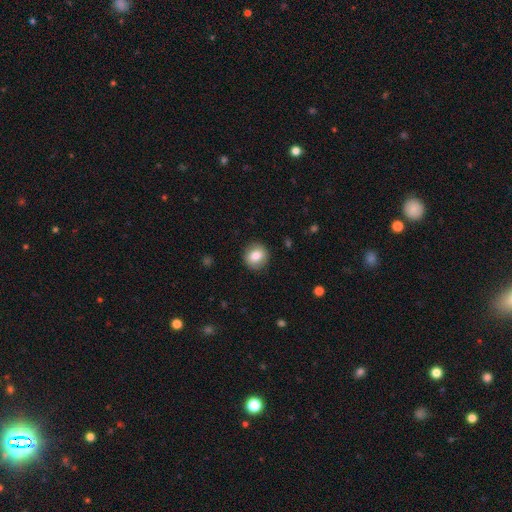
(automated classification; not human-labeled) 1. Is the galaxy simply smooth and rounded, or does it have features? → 82% smooth, 10% featured or disk, 8% star or artifact.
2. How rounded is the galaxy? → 86% round, 13% in between, 1% cigar-shaped.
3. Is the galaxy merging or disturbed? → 89% none, 8% minor disturbance, 2% major disturbance, 1% merger.